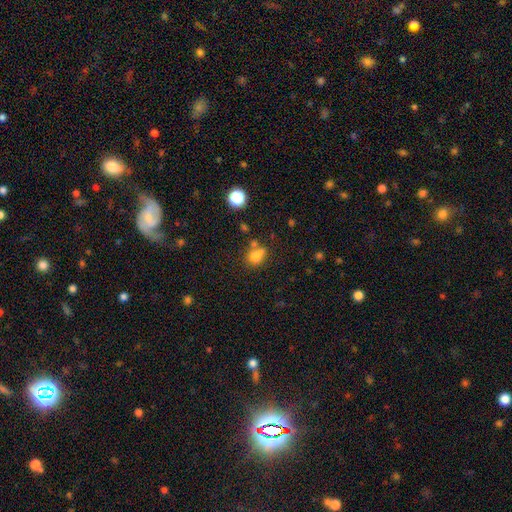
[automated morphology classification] Q: Smooth or featured?
A: smooth (74%); runner-up: star or artifact (15%)
Q: How rounded?
A: round (65%); runner-up: in between (34%)
Q: Merging?
A: none (47%); runner-up: merger (31%)